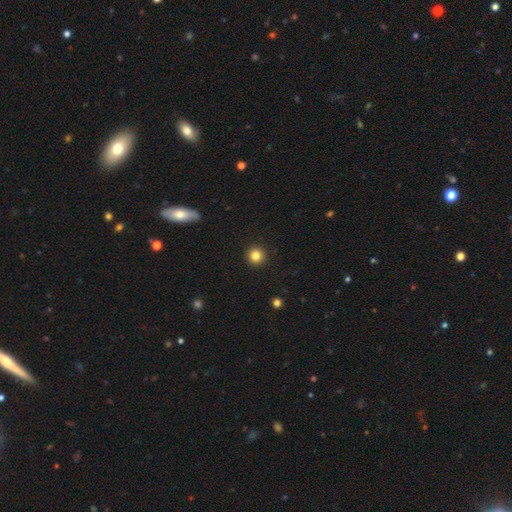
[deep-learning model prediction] Smooth or featured? Predicted: smooth (p=0.84). How rounded? Predicted: round (p=0.96). Merging? Predicted: none (p=0.94).